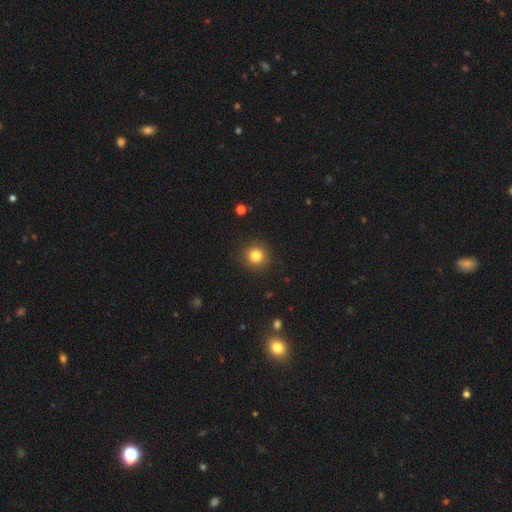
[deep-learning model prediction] smooth-or-featured: smooth: 82% | star or artifact: 12% | featured or disk: 6%
  how-rounded: round: 94% | in between: 5% | cigar-shaped: 1%
  merging: none: 91% | minor disturbance: 6% | major disturbance: 2% | merger: 1%